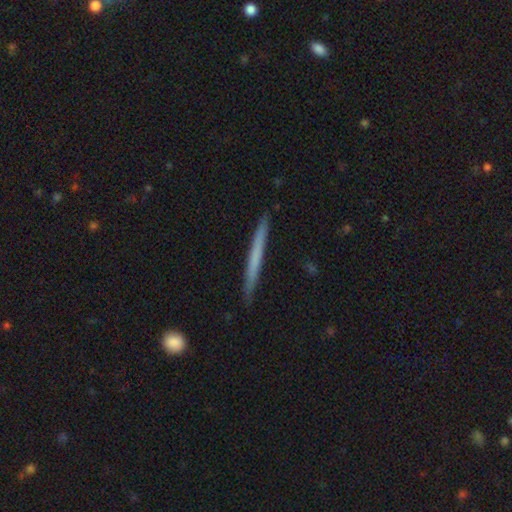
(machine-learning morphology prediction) This appears to be a smooth galaxy with no disk features (53%) that is cigar-shaped (97%). Merging: none (90%).